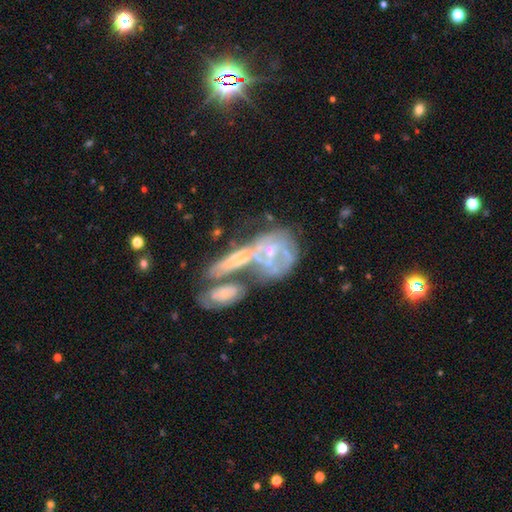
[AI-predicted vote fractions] Smooth or featured? Predicted: featured or disk (p=0.66). Edge-on disk? Predicted: no (p=0.83). Bar? Predicted: no (p=0.67). Spiral arms? Predicted: yes (p=0.69). Bulge size? Predicted: small (p=0.61). Merging? Predicted: merger (p=0.61).